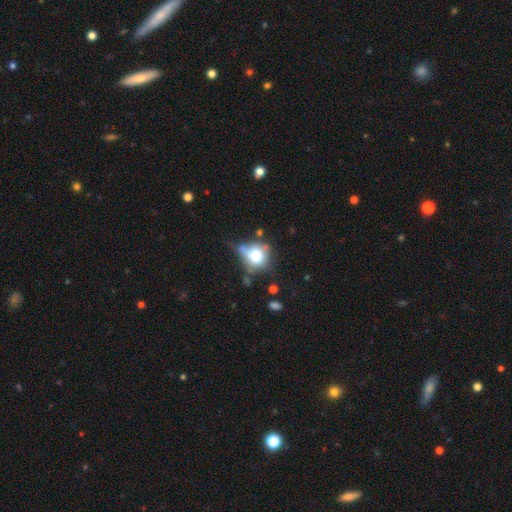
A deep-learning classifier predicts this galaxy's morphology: smooth-or-featured: smooth: 63% | featured or disk: 24% | star or artifact: 12%
  how-rounded: round: 72% | in between: 26% | cigar-shaped: 2%
  merging: none: 42% | minor disturbance: 27% | major disturbance: 17% | merger: 15%